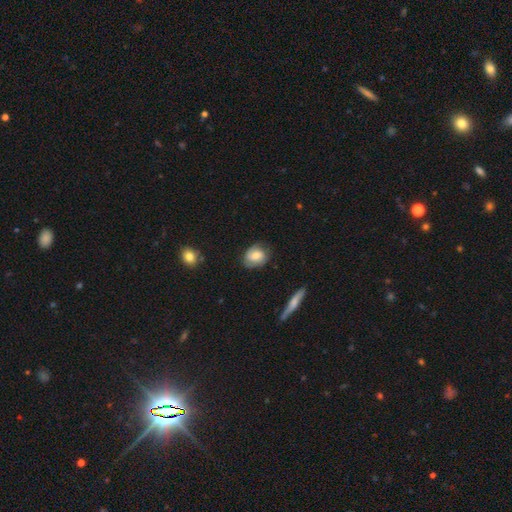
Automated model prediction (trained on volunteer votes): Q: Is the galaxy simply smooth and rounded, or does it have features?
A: smooth — 58%.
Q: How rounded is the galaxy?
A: in between — 53%.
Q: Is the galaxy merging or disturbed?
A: none — 73%.